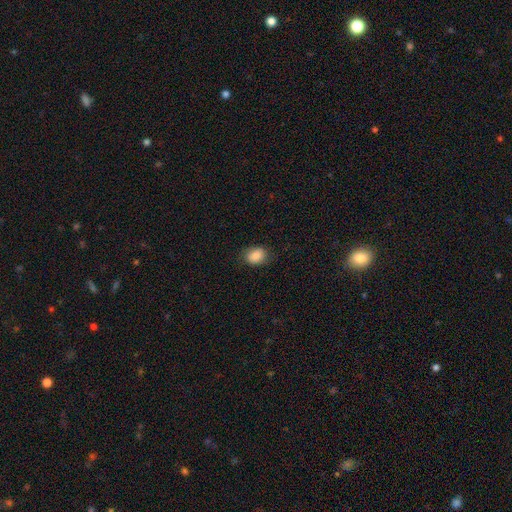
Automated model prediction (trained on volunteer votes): A smooth galaxy with no disk features (87%) that is in between round and cigar-shaped (66%). Merging: none (81%).